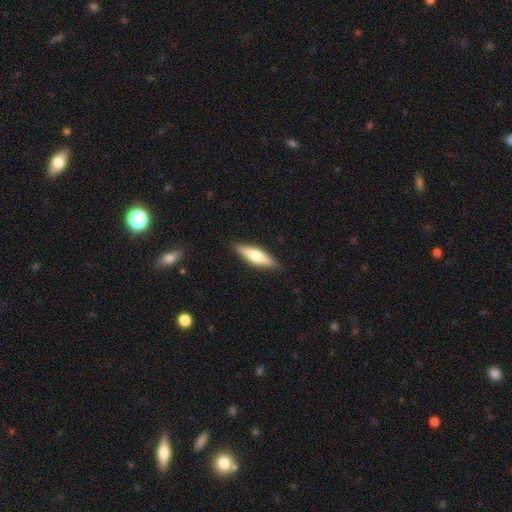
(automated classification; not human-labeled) Smooth or featured? smooth (56%)
How rounded? cigar-shaped (64%)
Merging? none (88%)